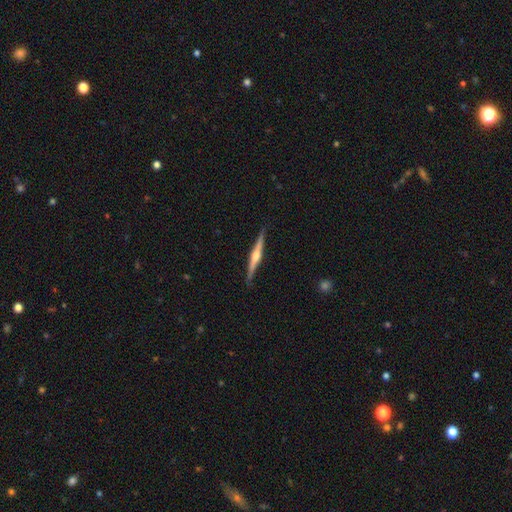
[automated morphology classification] Q: Smooth or featured?
A: featured or disk (76%); runner-up: smooth (19%)
Q: Edge-on disk?
A: yes (98%); runner-up: no (2%)
Q: Edge-on bulge?
A: rounded (85%); runner-up: boxy (7%)
Q: Merging?
A: none (86%); runner-up: minor disturbance (11%)